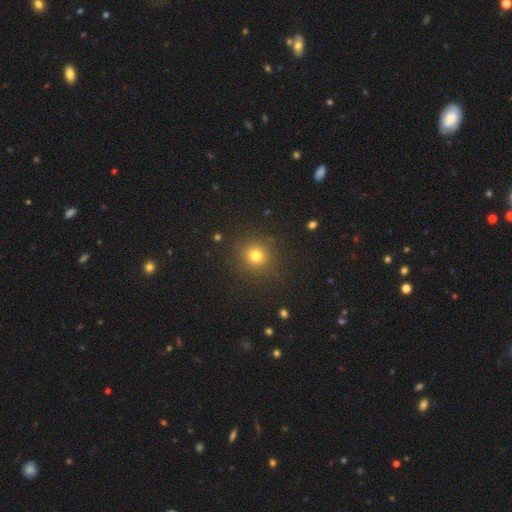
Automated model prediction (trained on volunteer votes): Smooth or featured? smooth (76%)
How rounded? round (92%)
Merging? none (88%)